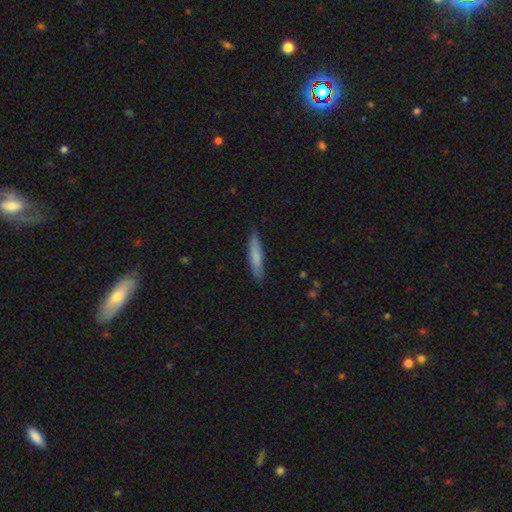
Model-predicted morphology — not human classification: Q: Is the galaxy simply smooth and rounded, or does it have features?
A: smooth — 76%.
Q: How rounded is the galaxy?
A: cigar-shaped — 89%.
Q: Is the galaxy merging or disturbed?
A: none — 87%.